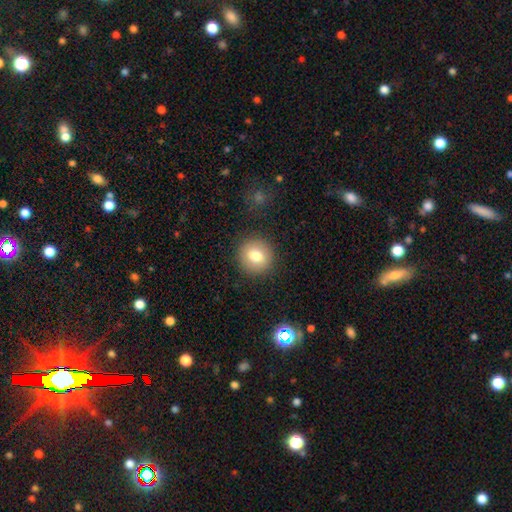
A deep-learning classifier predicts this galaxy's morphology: Smooth or featured? Predicted: smooth (p=0.77). How rounded? Predicted: round (p=0.88). Merging? Predicted: none (p=0.89).